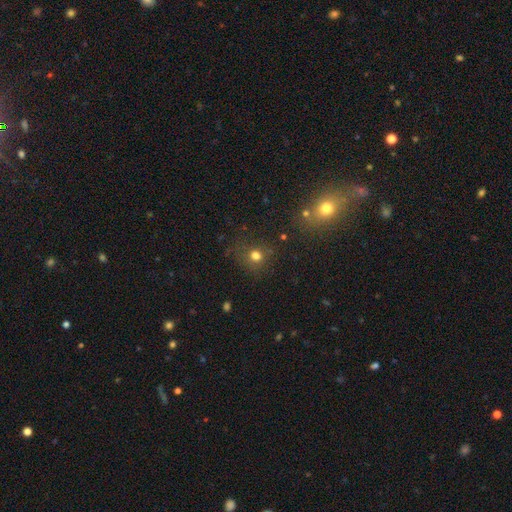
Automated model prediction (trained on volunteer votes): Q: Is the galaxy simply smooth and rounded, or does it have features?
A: smooth — 70%.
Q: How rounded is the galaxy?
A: round — 82%.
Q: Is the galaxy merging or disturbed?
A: none — 72%.